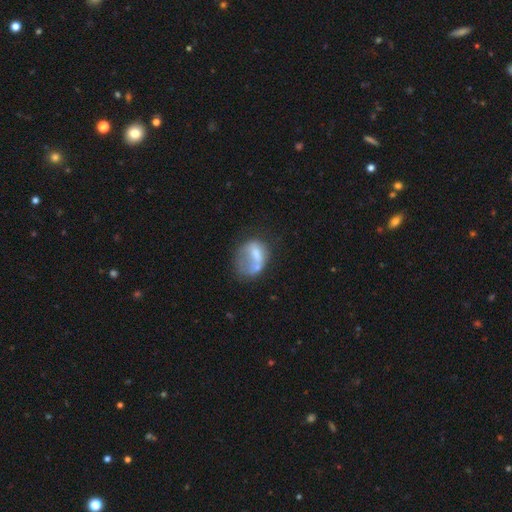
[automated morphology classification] Smooth or featured? Predicted: smooth (p=0.53). How rounded? Predicted: in between (p=0.63). Merging? Predicted: major disturbance (p=0.37).